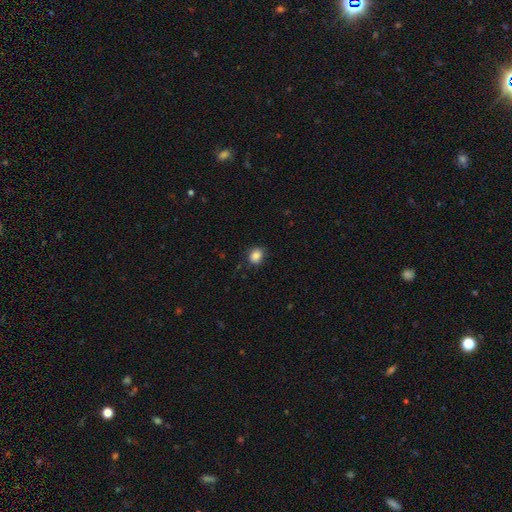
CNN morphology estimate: Smooth or featured? smooth (85%)
How rounded? round (60%)
Merging? none (80%)